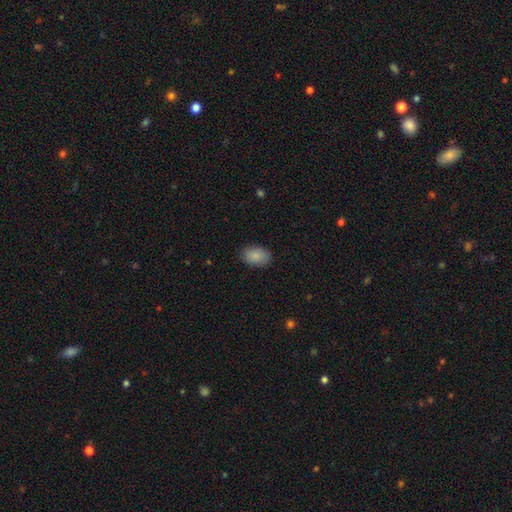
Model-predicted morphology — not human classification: A smooth galaxy with no disk features (88%) that is in between round and cigar-shaped (87%). Merging: none (86%).